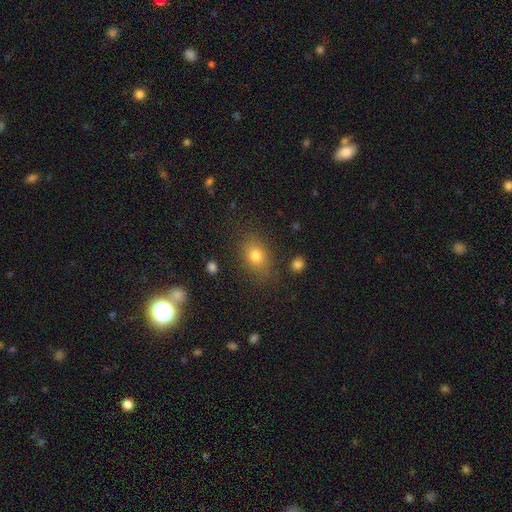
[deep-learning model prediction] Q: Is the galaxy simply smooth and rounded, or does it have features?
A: smooth — 77%.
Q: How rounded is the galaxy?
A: in between — 66%.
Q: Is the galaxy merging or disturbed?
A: none — 80%.